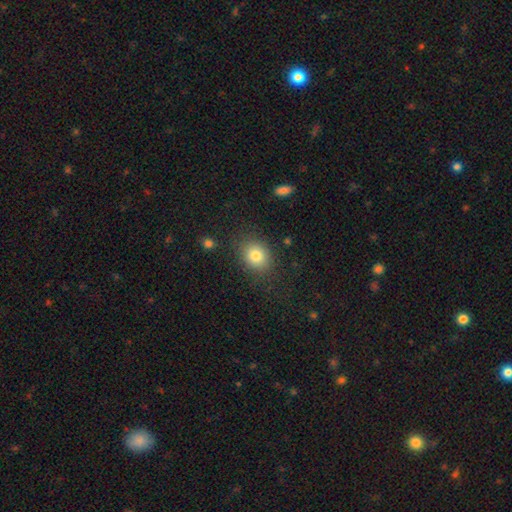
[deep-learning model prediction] This appears to be a smooth galaxy with no disk features (81%) that is round (55%). Merging: none (83%).